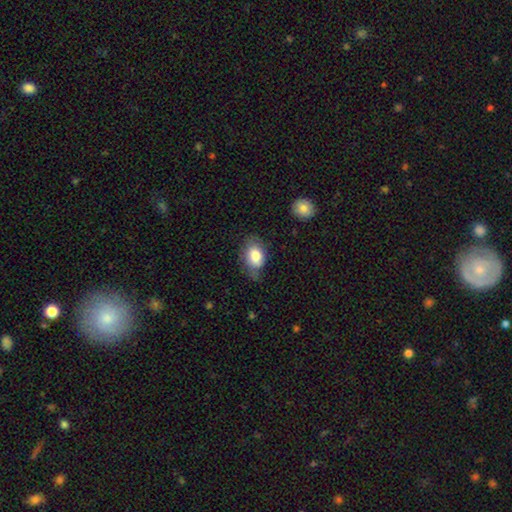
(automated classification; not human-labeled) This appears to be a smooth galaxy with no disk features (77%) that is in between round and cigar-shaped (81%). Merging: none (52%).